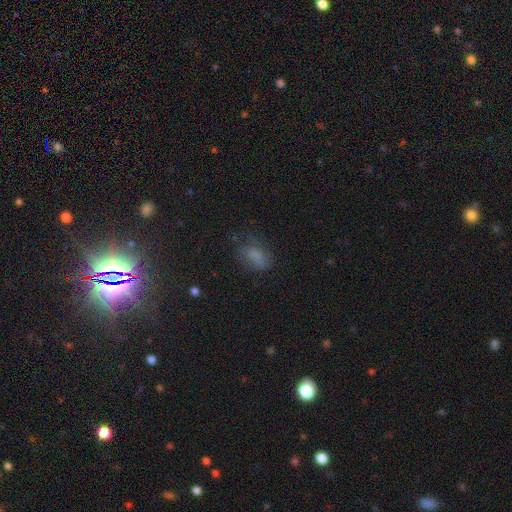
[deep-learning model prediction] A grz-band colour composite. It shows a smooth galaxy with no disk features (69%) that is in between round and cigar-shaped (84%). Merging: none (53%).